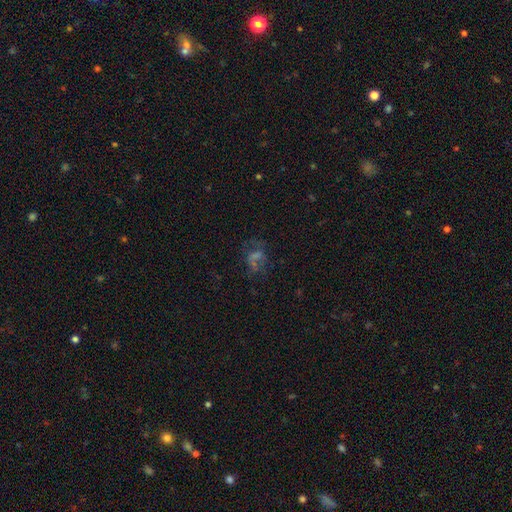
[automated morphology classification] This appears to be a featured or disk galaxy (40%). Merging: none (50%).